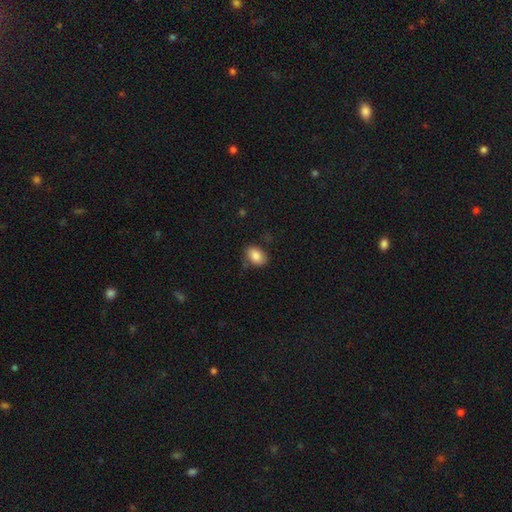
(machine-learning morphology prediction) A smooth galaxy with no disk features (85%) that is in between round and cigar-shaped (80%).

Vote fractions:
- Smooth or featured? smooth: 85% / star or artifact: 8% / featured or disk: 6%
- How rounded? in between: 80% / round: 19% / cigar-shaped: 1%
- Merging? none: 77% / minor disturbance: 17% / major disturbance: 4% / merger: 3%